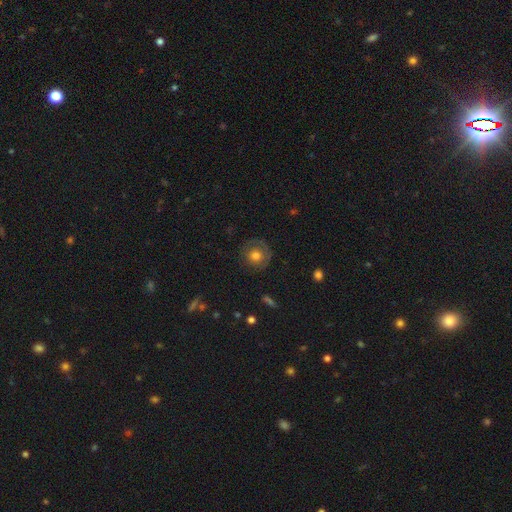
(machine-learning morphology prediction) Q: Smooth or featured?
A: smooth (58%); runner-up: featured or disk (32%)
Q: How rounded?
A: round (91%); runner-up: in between (8%)
Q: Merging?
A: none (76%); runner-up: minor disturbance (15%)